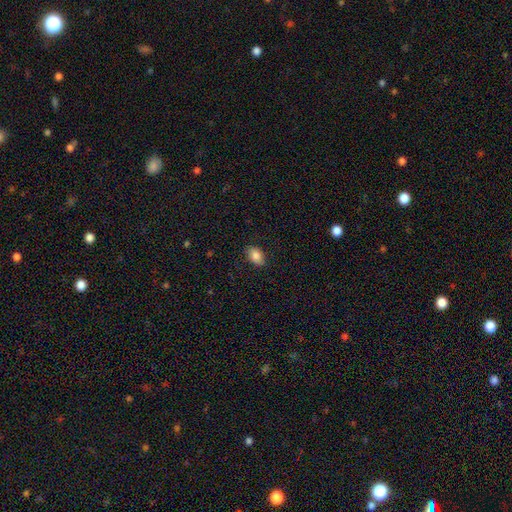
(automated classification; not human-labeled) Smooth or featured: smooth — 85% (star or artifact — 8%)
How rounded: in between — 86% (round — 12%)
Merging: none — 85% (minor disturbance — 11%)